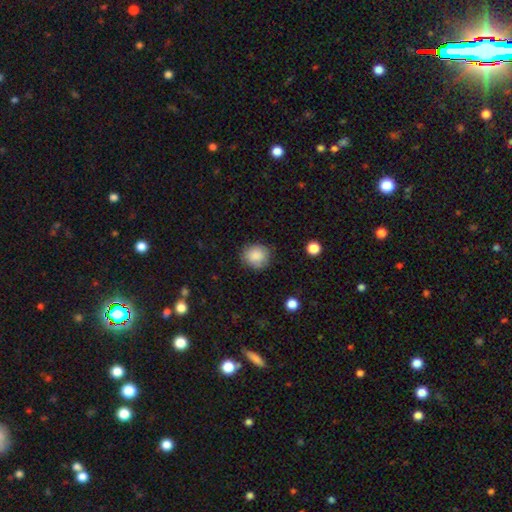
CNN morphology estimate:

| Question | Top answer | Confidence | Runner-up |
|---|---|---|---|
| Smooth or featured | smooth | 87% | star or artifact (8%) |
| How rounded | round | 83% | in between (16%) |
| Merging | none | 84% | minor disturbance (12%) |